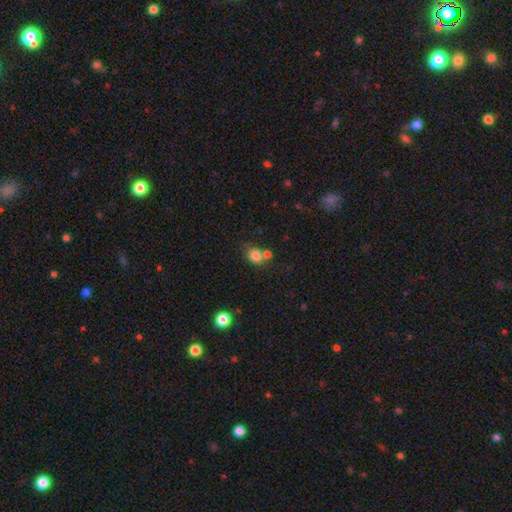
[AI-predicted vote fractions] smooth_or_featured: smooth (p=0.80) [alt: star or artifact p=0.12]
how_rounded: round (p=0.66) [alt: in between p=0.33]
merging: none (p=0.52) [alt: merger p=0.30]